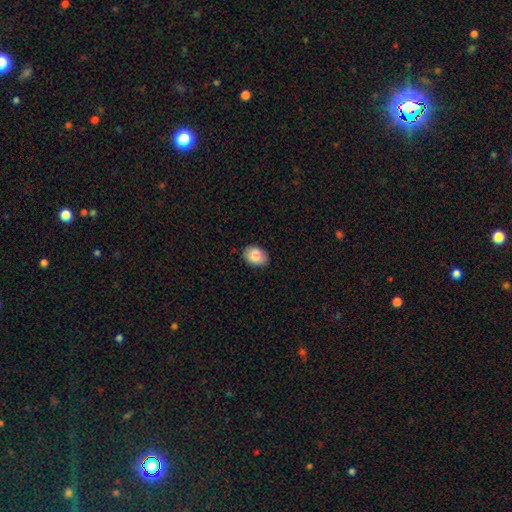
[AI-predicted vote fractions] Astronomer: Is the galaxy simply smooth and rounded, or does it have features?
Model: smooth — 87%.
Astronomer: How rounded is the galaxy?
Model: in between — 73%.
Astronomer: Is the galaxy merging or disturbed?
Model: none — 85%.